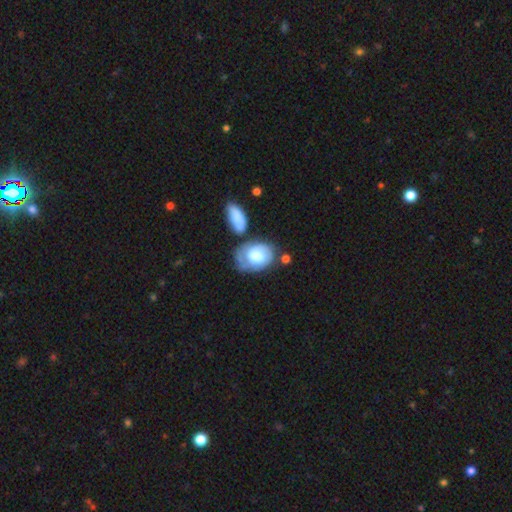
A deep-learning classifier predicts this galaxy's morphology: Overall: smooth (47%, tied with featured or disk). Merging: none (45%; minor disturbance 25%).